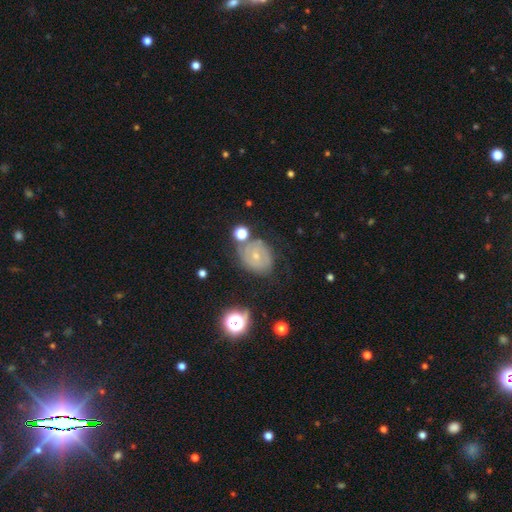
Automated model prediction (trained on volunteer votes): This appears to be a featured or disk galaxy (59%) with no bar (67%), spiral arms (80%) and a small central bulge (68%). Merging: none (66%).